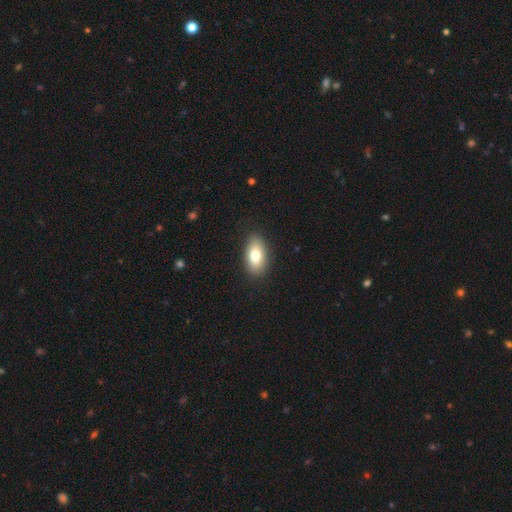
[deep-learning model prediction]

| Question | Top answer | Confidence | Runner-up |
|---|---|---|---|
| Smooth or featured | smooth | 79% | featured or disk (13%) |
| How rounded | in between | 90% | round (5%) |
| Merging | none | 87% | minor disturbance (10%) |